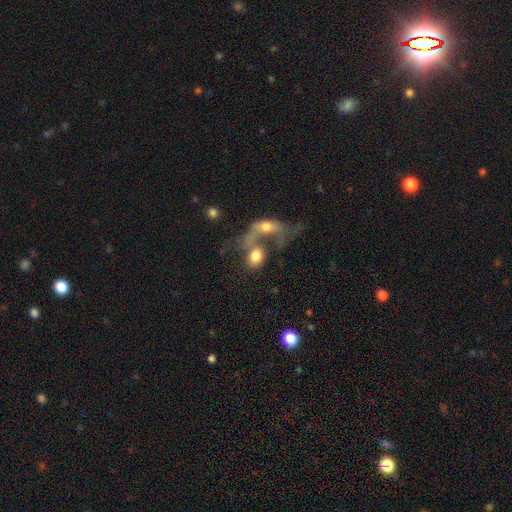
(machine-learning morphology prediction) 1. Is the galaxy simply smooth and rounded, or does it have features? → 63% smooth, 28% featured or disk, 9% star or artifact.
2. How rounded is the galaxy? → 69% in between, 28% round, 3% cigar-shaped.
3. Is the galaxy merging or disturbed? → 68% merger, 15% major disturbance, 11% none, 5% minor disturbance.